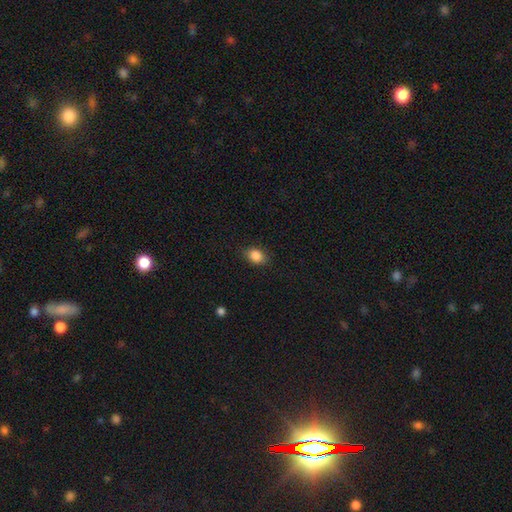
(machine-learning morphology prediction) Q: Smooth or featured?
A: smooth (86%); runner-up: star or artifact (9%)
Q: How rounded?
A: in between (63%); runner-up: round (35%)
Q: Merging?
A: none (81%); runner-up: minor disturbance (14%)